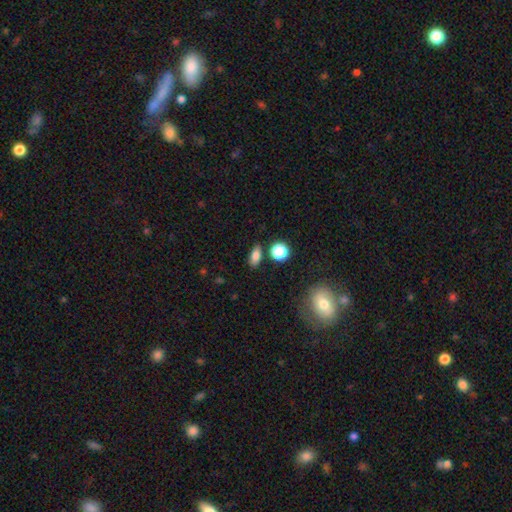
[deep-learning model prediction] Overall: smooth (81%). How rounded: in between (76%). Merging: none (82%).